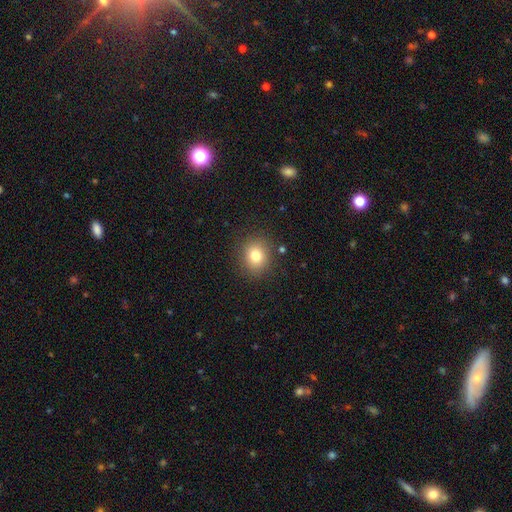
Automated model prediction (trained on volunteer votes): A smooth galaxy with no disk features (79%) that is round (74%). Merging: none (86%).